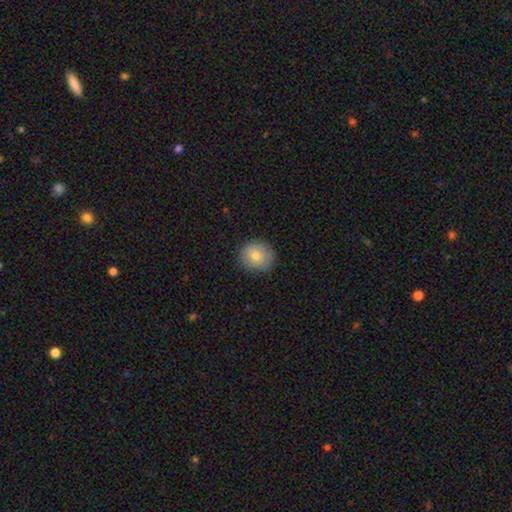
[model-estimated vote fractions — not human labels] Smooth or featured? smooth (76%)
How rounded? round (84%)
Merging? none (85%)